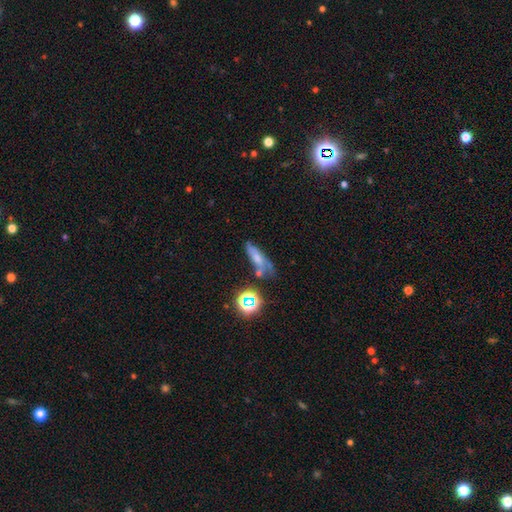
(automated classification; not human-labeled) This is marginally a smooth galaxy (41%). Merging: possibly none (51%).